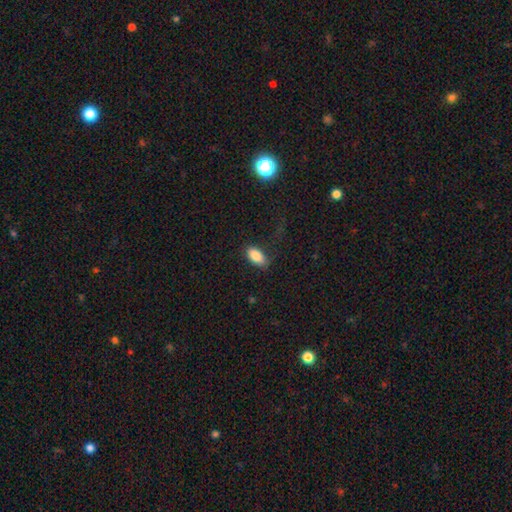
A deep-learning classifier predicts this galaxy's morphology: smooth 85%, star or artifact 7%, featured or disk 7%. Down the decision tree: how rounded — in between (91%); merging — none (75%).